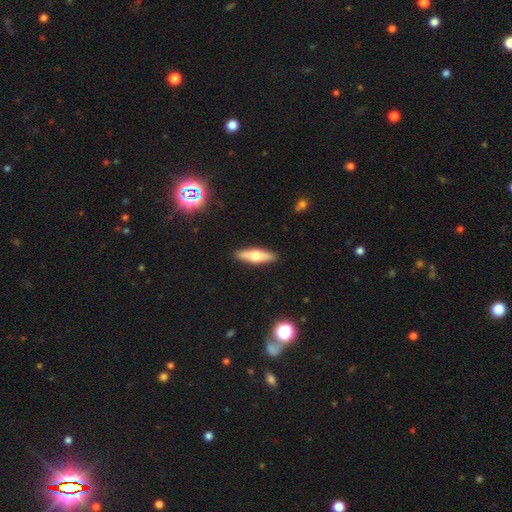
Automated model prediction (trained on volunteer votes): Overall: smooth (50%; featured or disk 44%). Merging: none (90%).